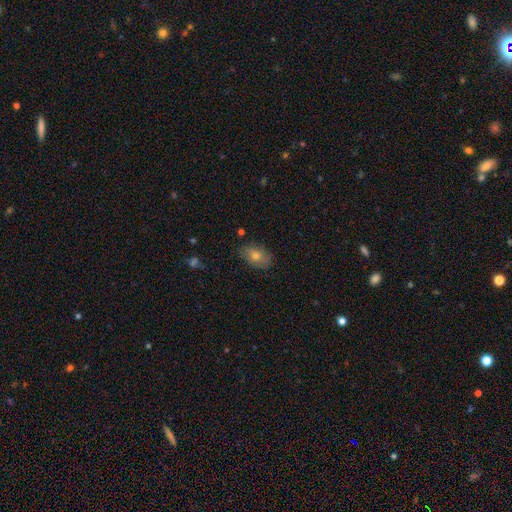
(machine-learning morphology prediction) Smooth or featured? smooth (66%)
How rounded? in between (83%)
Merging? none (81%)